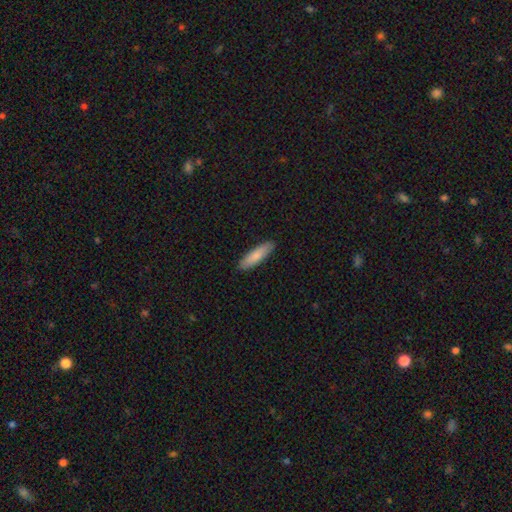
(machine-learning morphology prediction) Overall: smooth (83%). How rounded: cigar-shaped (69%; in between 29%). Merging: none (90%).